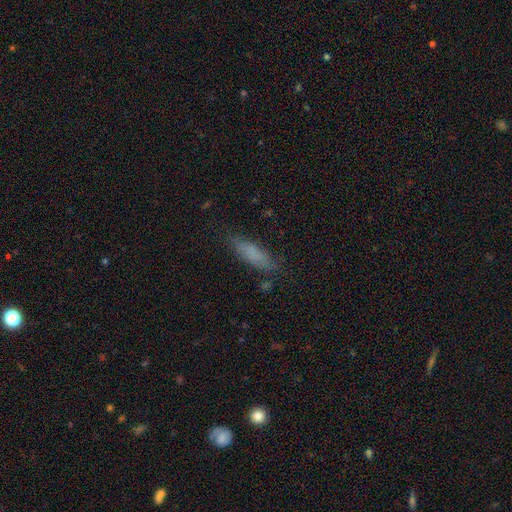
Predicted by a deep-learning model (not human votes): Q: Smooth or featured?
A: smooth (75%); runner-up: featured or disk (15%)
Q: How rounded?
A: cigar-shaped (65%); runner-up: in between (33%)
Q: Merging?
A: none (77%); runner-up: minor disturbance (16%)